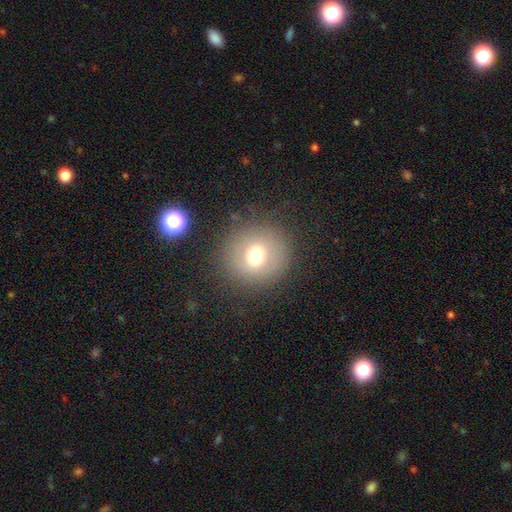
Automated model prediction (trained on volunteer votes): This appears to be a smooth galaxy with no disk features (66%) that is round (90%). Merging: none (83%).